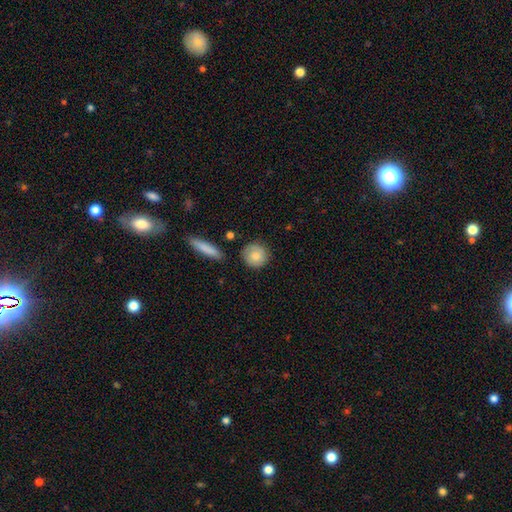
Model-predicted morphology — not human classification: Smooth or featured? smooth (80%)
How rounded? round (90%)
Merging? none (83%)